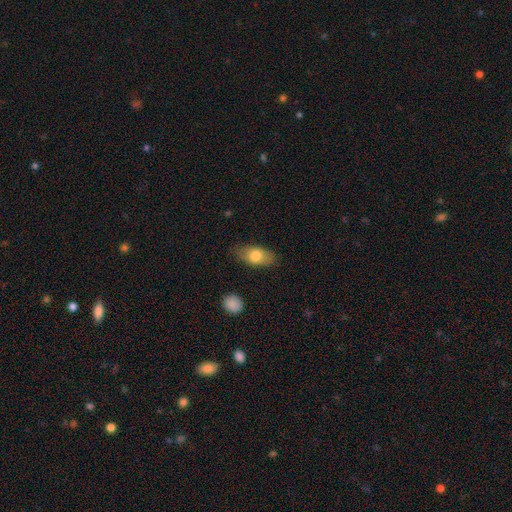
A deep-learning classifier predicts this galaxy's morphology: Smooth or featured?
  - smooth: 75% *
  - featured or disk: 19%
  - star or artifact: 6%
How rounded?
  - in between: 88% *
  - cigar-shaped: 7%
  - round: 5%
Merging?
  - none: 78% *
  - minor disturbance: 16%
  - major disturbance: 4%
  - merger: 1%